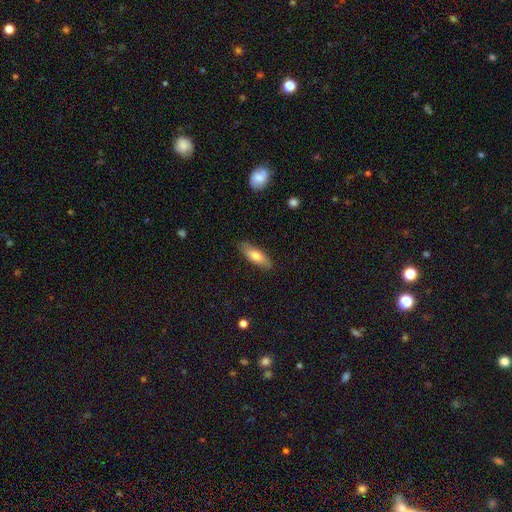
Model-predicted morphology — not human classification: A smooth galaxy with no disk features (71%) that is in between round and cigar-shaped (55%).

Vote fractions:
- Smooth or featured? smooth: 71% / featured or disk: 23% / star or artifact: 6%
- How rounded? in between: 55% / cigar-shaped: 43% / round: 2%
- Merging? none: 84% / minor disturbance: 12% / major disturbance: 2% / merger: 1%